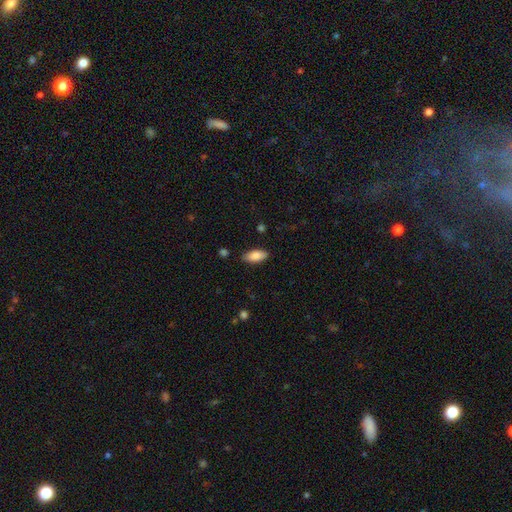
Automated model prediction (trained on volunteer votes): Smooth or featured? smooth (87%)
How rounded? in between (88%)
Merging? none (84%)